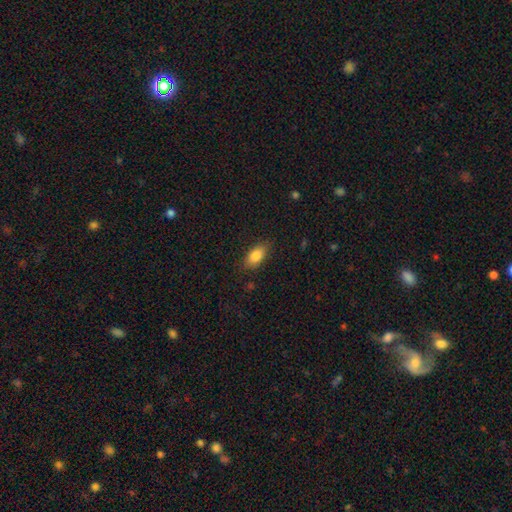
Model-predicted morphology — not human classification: This appears to be a smooth galaxy with no disk features (84%) that is in between round and cigar-shaped (88%). Merging: none (82%).